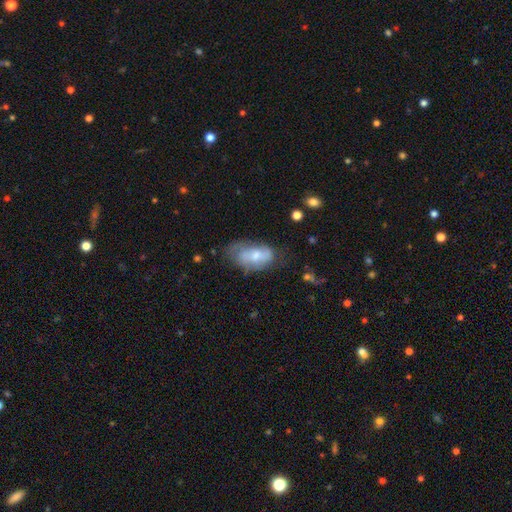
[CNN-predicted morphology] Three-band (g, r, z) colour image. It shows a smooth galaxy with no disk features (50%). Merging: none (44%).